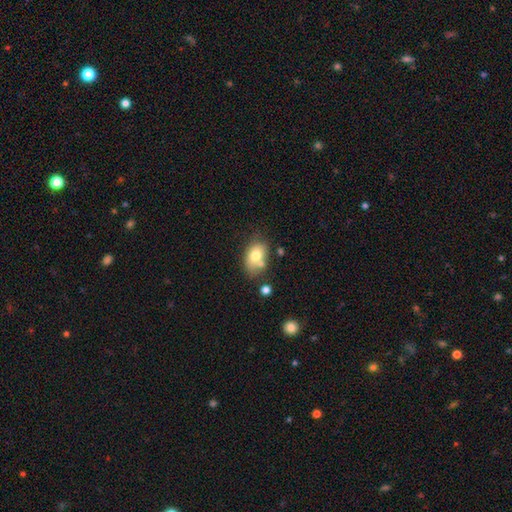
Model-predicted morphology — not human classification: Smooth or featured: smooth — 74% (featured or disk — 17%)
How rounded: in between — 82% (round — 16%)
Merging: none — 55% (minor disturbance — 20%)